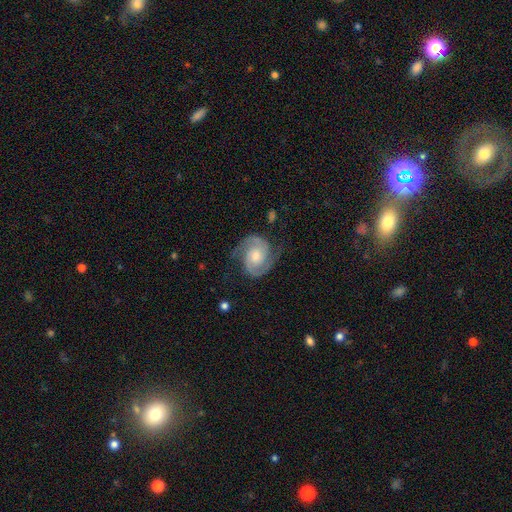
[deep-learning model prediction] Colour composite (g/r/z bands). It shows a featured or disk galaxy (90%) with no bar (68%), 2 (94%) medium (52%) spiral arms (98%) and a moderate central bulge (57%). Merging: none (75%).